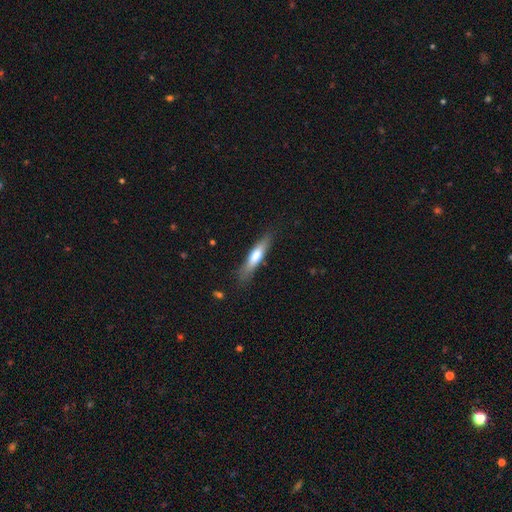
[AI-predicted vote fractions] Overall: smooth (59%; featured or disk 35%). How rounded: cigar-shaped (80%). Merging: none (82%).